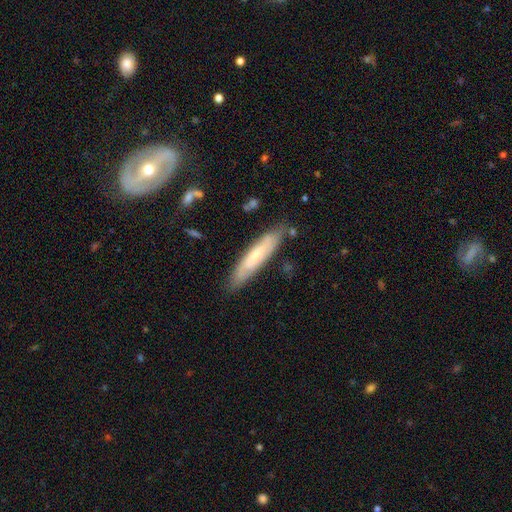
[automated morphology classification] Smooth or featured: smooth — 49% (featured or disk — 45%)
Merging: none — 80% (minor disturbance — 15%)